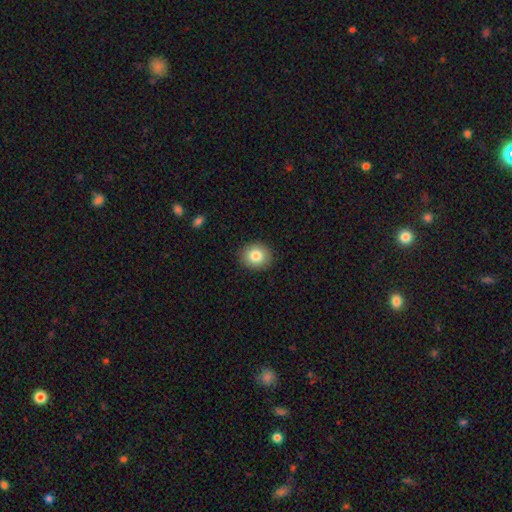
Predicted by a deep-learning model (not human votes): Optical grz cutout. It shows a smooth galaxy with no disk features (83%) that is round (76%). Merging: none (90%).